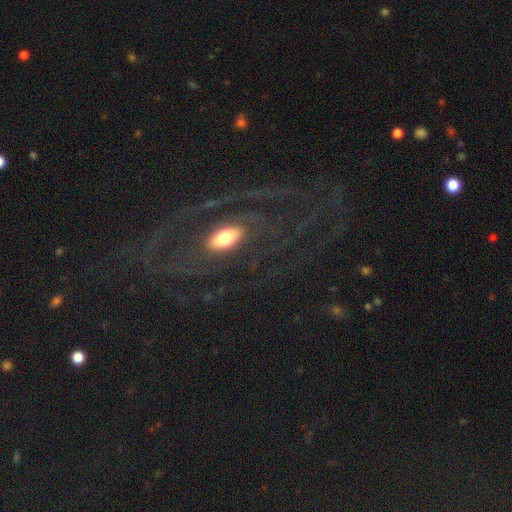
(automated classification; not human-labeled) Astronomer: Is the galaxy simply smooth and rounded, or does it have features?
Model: featured or disk — 69%.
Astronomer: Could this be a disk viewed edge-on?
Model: no — 90%.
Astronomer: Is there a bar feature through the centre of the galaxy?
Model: no — 61%.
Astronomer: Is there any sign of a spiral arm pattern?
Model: yes — 72%.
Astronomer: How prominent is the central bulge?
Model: moderate — 64%.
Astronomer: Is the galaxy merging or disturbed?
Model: none — 66%.